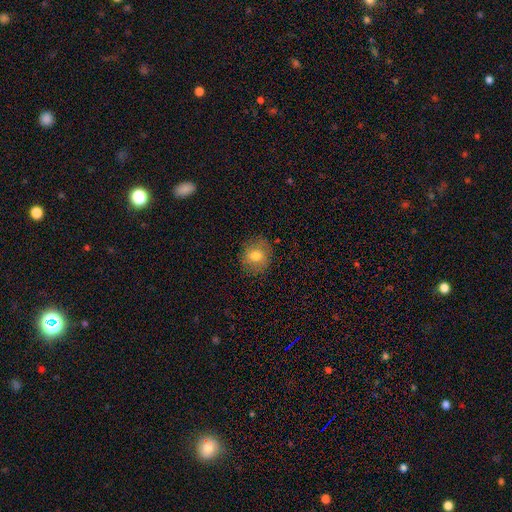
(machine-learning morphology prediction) smooth-or-featured: smooth: 75% | featured or disk: 15% | star or artifact: 11%
  how-rounded: round: 79% | in between: 20% | cigar-shaped: 1%
  merging: none: 85% | minor disturbance: 11% | major disturbance: 3% | merger: 1%